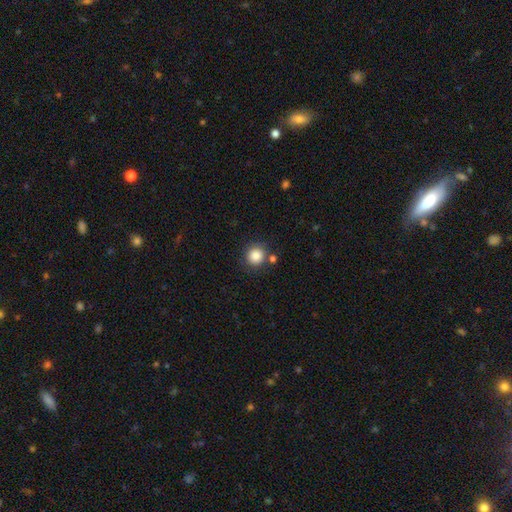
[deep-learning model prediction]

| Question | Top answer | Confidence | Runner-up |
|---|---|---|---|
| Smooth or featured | smooth | 85% | star or artifact (10%) |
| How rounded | round | 92% | in between (7%) |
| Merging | none | 79% | minor disturbance (9%) |